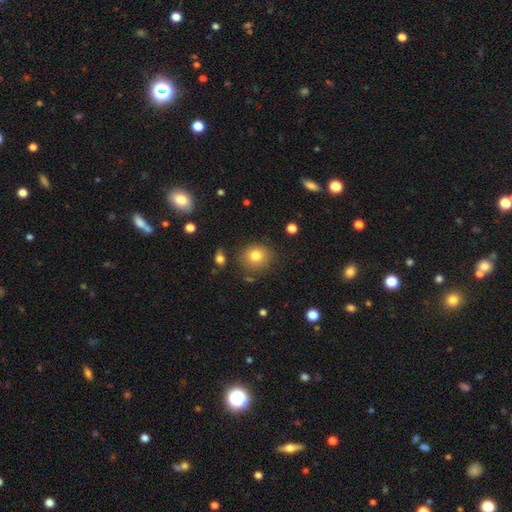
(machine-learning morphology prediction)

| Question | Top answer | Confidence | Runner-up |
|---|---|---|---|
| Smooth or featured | smooth | 80% | star or artifact (11%) |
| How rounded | round | 84% | in between (15%) |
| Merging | none | 83% | minor disturbance (11%) |